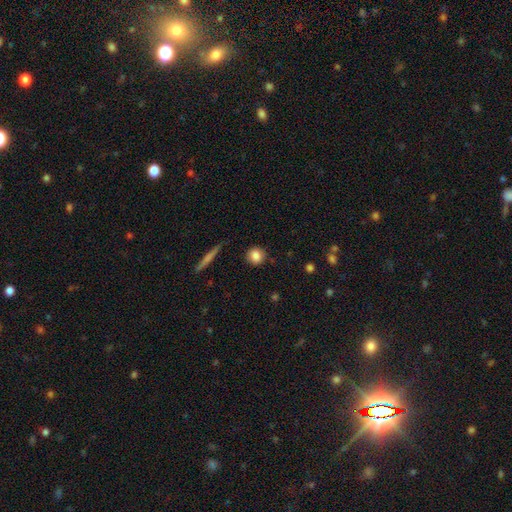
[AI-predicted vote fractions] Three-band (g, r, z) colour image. It shows a smooth galaxy with no disk features (84%) that is round (86%). Merging: none (87%).